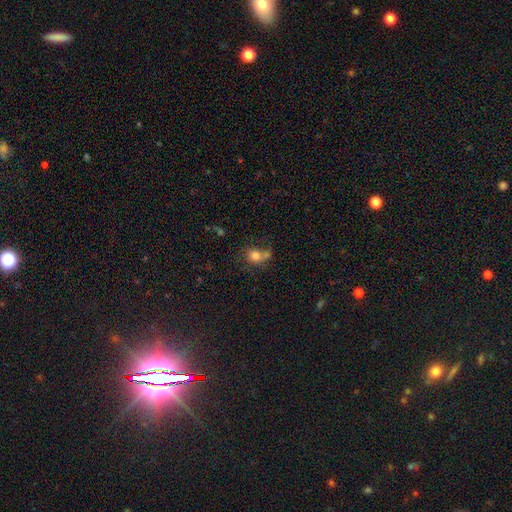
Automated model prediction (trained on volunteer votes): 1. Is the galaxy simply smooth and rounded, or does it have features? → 77% smooth, 12% featured or disk, 11% star or artifact.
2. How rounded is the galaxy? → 70% round, 29% in between, 1% cigar-shaped.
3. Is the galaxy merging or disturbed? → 43% none, 36% merger, 14% minor disturbance, 7% major disturbance.